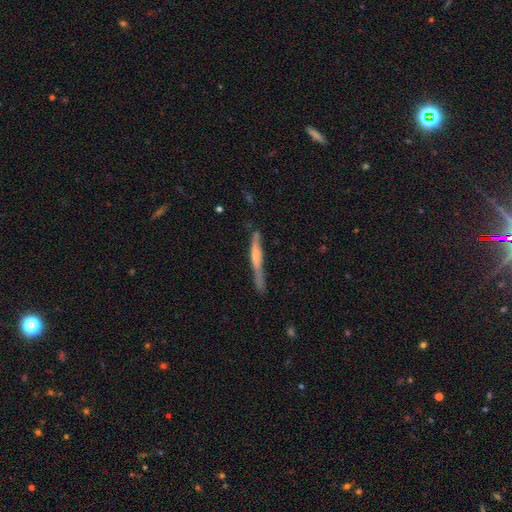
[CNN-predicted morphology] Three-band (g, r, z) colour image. It shows a featured or disk galaxy (56%) viewed edge-on (94%) with no central bulge (40%). Merging: none (70%).